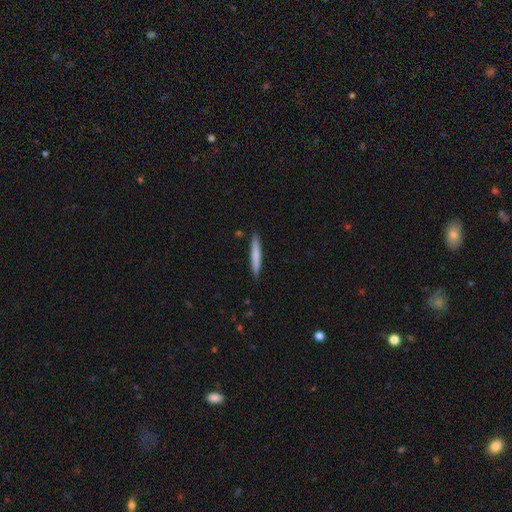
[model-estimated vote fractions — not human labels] smooth 72%, featured or disk 23%, star or artifact 5%. Down the decision tree: how rounded — cigar-shaped (96%); merging — none (90%).